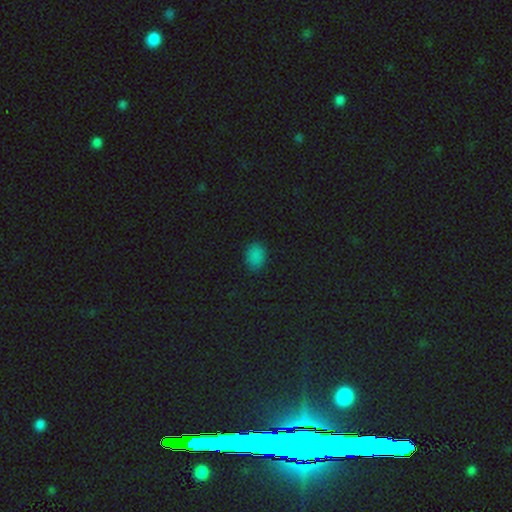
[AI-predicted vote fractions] Smooth or featured? Predicted: smooth (p=0.79). How rounded? Predicted: in between (p=0.68). Merging? Predicted: none (p=0.86).